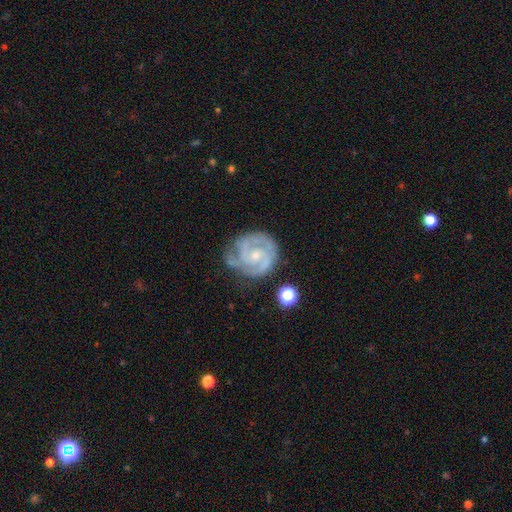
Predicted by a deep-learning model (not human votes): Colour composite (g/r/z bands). It shows a featured or disk galaxy (89%) with no bar (56%), 2 (55%) tight (62%) spiral arms (98%) and a small central bulge (69%). Merging: none (66%).